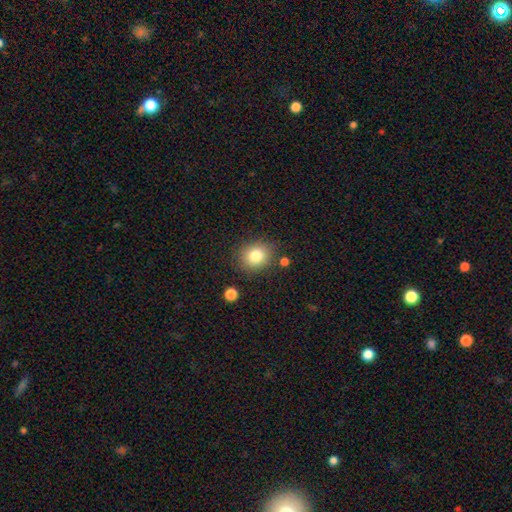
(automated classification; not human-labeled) Q: Smooth or featured?
A: smooth (81%); runner-up: star or artifact (11%)
Q: How rounded?
A: round (70%); runner-up: in between (29%)
Q: Merging?
A: none (81%); runner-up: minor disturbance (11%)